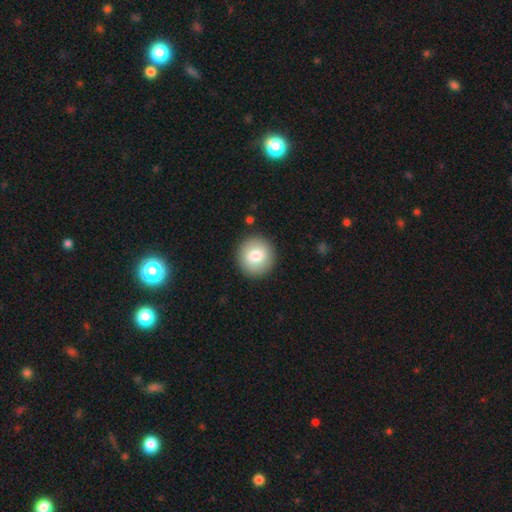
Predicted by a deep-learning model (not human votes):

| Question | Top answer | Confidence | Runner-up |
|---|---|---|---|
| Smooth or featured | smooth | 80% | featured or disk (13%) |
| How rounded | round | 94% | in between (5%) |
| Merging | none | 91% | minor disturbance (5%) |